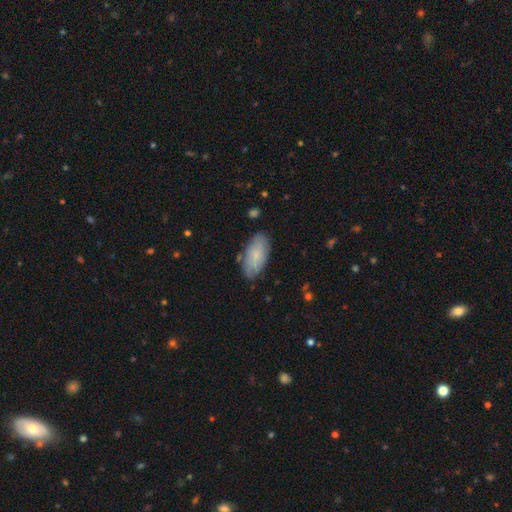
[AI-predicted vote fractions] The model was most divided on "smooth or featured": smooth: 75%, featured or disk: 19%, star or artifact: 6%. More confident: how rounded — in between (92%); merging — none (80%).